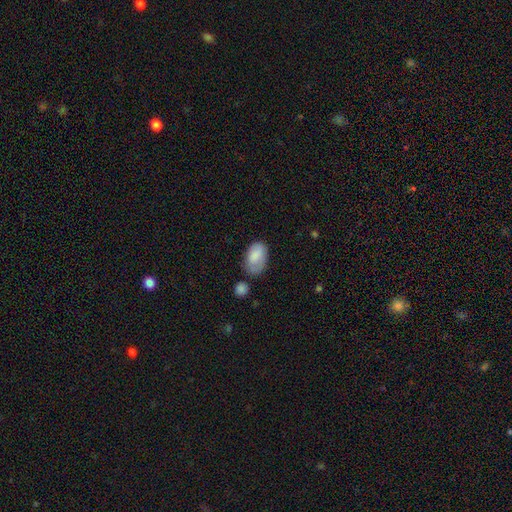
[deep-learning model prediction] Smooth or featured: smooth — 83% (featured or disk — 10%)
How rounded: in between — 92% (round — 7%)
Merging: none — 52% (minor disturbance — 31%)